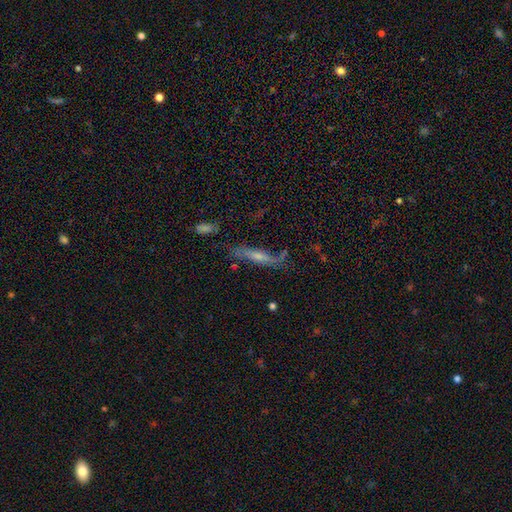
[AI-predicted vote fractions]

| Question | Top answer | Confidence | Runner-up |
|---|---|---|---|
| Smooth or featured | featured or disk | 55% | smooth (32%) |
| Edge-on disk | yes | 66% | no (34%) |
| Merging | none | 65% | minor disturbance (20%) |